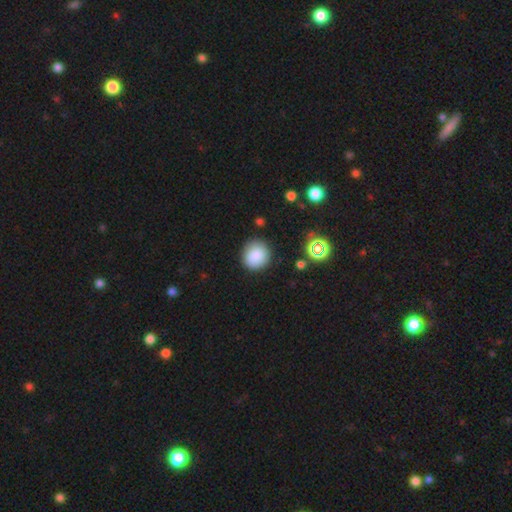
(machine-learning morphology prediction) This appears to be a smooth galaxy with no disk features (86%) that is round (88%). Merging: none (87%).